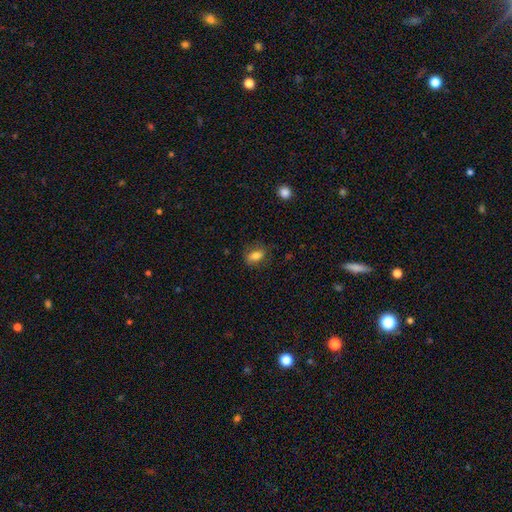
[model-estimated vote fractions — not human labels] A smooth galaxy with no disk features (80%) that is in between round and cigar-shaped (80%).

Vote fractions:
- Smooth or featured? smooth: 80% / featured or disk: 11% / star or artifact: 9%
- How rounded? in between: 80% / round: 16% / cigar-shaped: 4%
- Merging? none: 77% / minor disturbance: 17% / major disturbance: 5% / merger: 1%